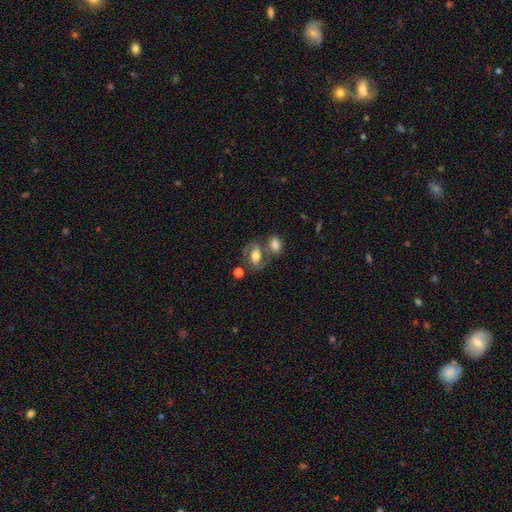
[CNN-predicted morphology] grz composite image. It shows a featured or disk galaxy (51%). Merging: none (49%).